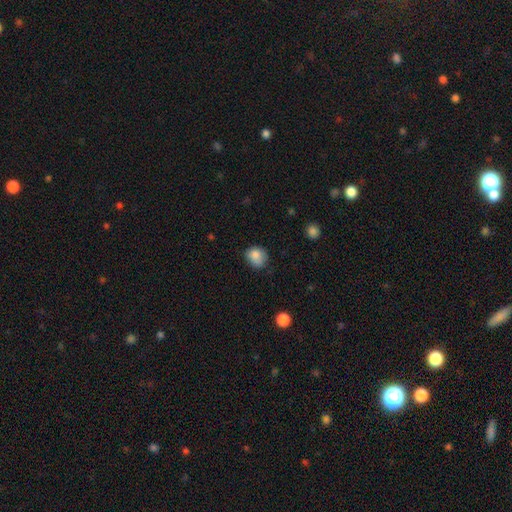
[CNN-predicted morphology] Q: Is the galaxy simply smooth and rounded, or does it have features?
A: smooth — 84%.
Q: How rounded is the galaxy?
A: round — 67%.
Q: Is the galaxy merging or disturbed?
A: none — 62%.